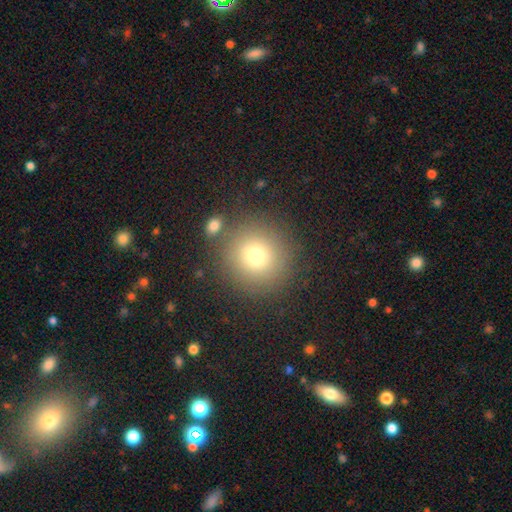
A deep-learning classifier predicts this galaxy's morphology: smooth-or-featured: smooth: 73% | star or artifact: 15% | featured or disk: 12%
  how-rounded: round: 94% | in between: 5% | cigar-shaped: 1%
  merging: none: 83% | minor disturbance: 8% | merger: 6% | major disturbance: 3%